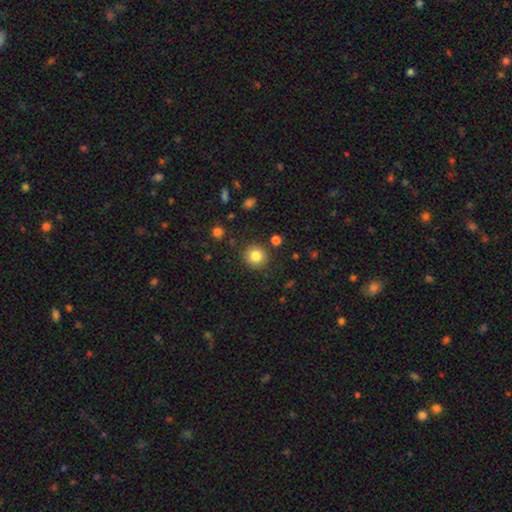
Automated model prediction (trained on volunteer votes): smooth 83%, star or artifact 11%, featured or disk 6%. Down the decision tree: how rounded — round (92%); merging — none (88%).